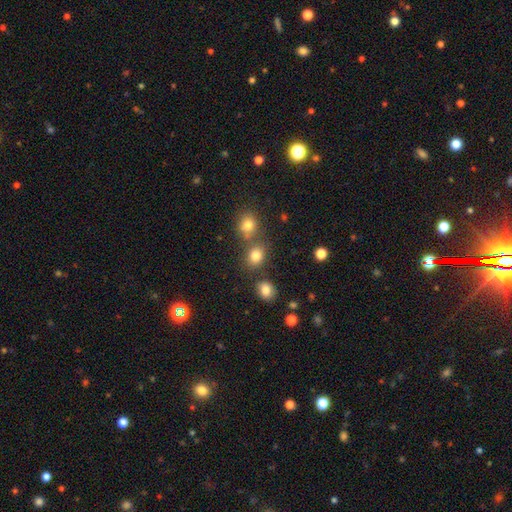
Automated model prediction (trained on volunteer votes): Morphology: type=smooth (79%); roundness=round (60%); merging=none (68%).